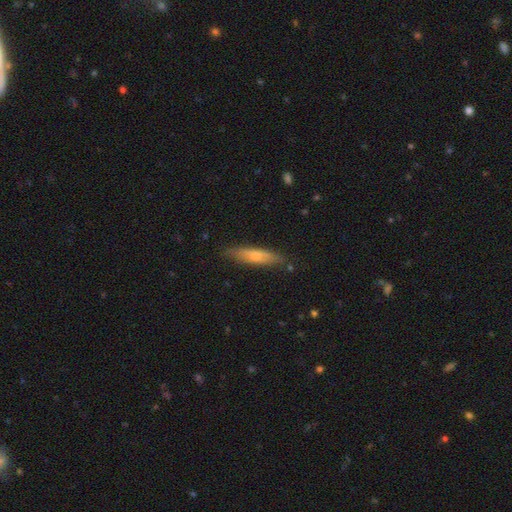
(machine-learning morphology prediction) Q: Smooth or featured?
A: smooth (64%); runner-up: featured or disk (29%)
Q: How rounded?
A: cigar-shaped (83%); runner-up: in between (16%)
Q: Merging?
A: none (81%); runner-up: minor disturbance (14%)